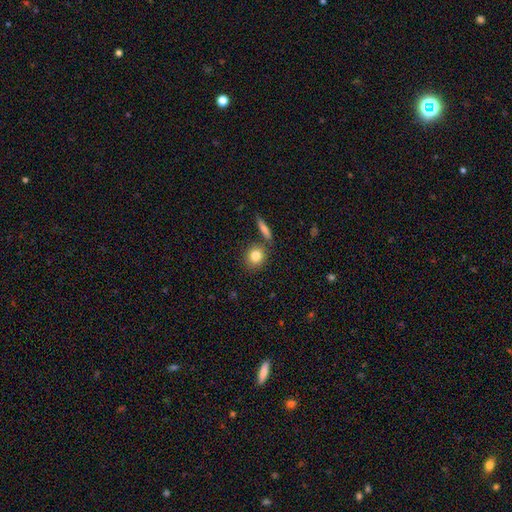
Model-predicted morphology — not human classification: type=smooth (83%); roundness=round (78%); merging=none (73%).